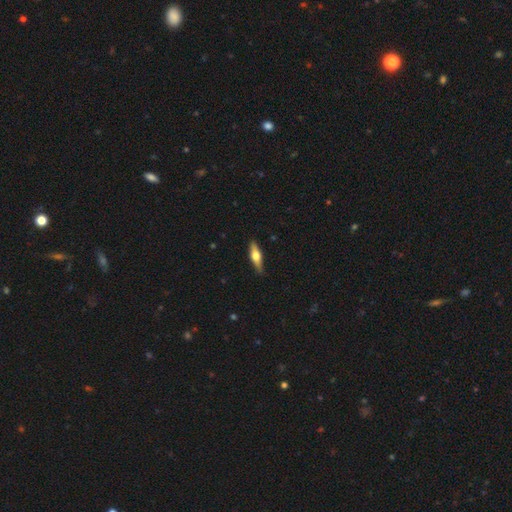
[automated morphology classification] A featured or disk galaxy (51%) viewed edge-on (93%).

Vote fractions:
- Smooth or featured? featured or disk: 51% / smooth: 44% / star or artifact: 6%
- Edge-on disk? yes: 93% / no: 7%
- Merging? none: 87% / minor disturbance: 10% / major disturbance: 2% / merger: 1%